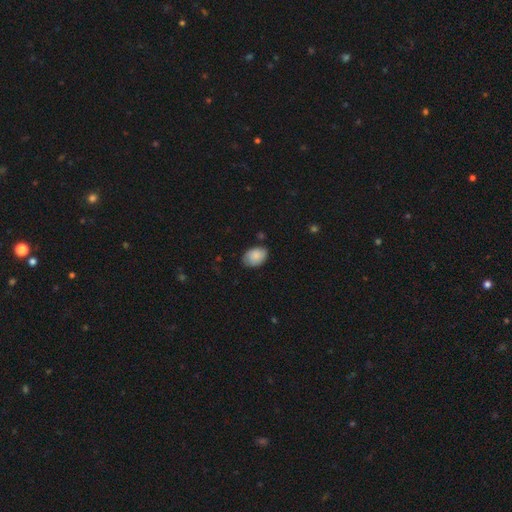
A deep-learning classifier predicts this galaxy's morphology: Smooth or featured? smooth (83%)
How rounded? in between (78%)
Merging? none (73%)